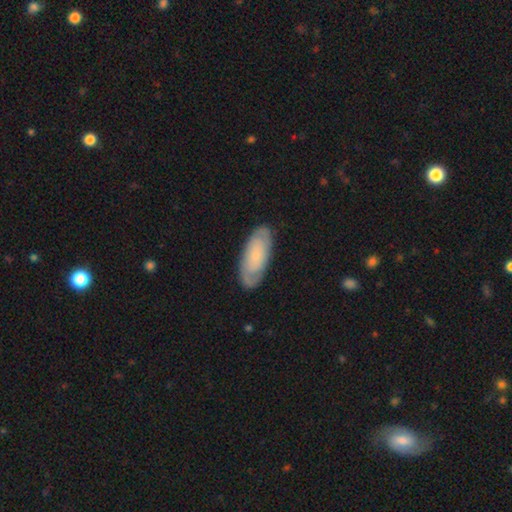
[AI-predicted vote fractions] A featured or disk galaxy (51%). Merging: none (82%).